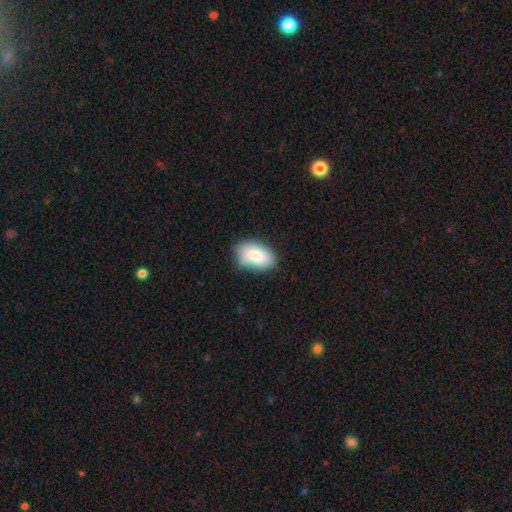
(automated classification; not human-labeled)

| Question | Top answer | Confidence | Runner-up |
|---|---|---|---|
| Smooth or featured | smooth | 83% | featured or disk (10%) |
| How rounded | in between | 92% | round (7%) |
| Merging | none | 77% | minor disturbance (18%) |